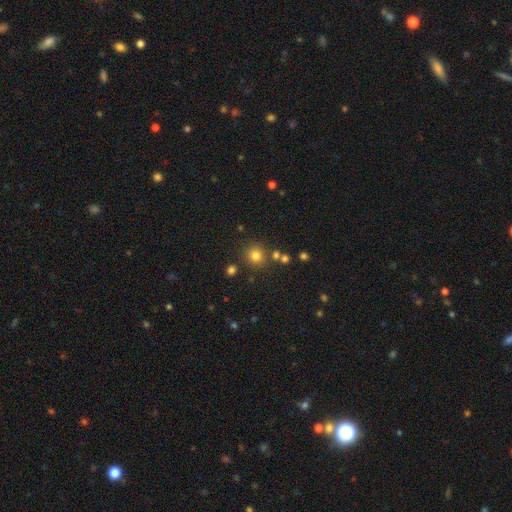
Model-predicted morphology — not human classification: The model was most divided on "smooth or featured": smooth: 78%, star or artifact: 15%, featured or disk: 7%. More confident: how rounded — round (91%); merging — none (81%).